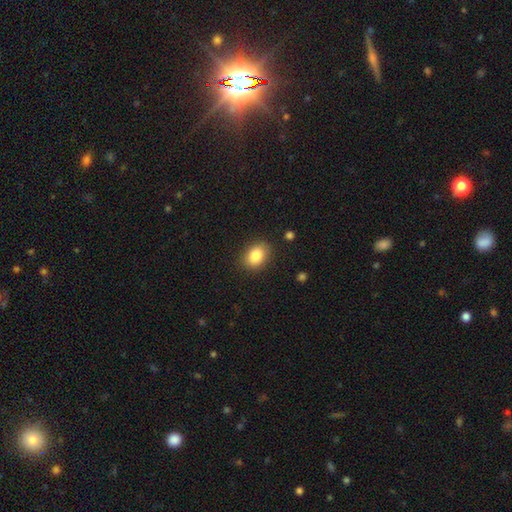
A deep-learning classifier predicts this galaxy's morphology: A smooth galaxy with no disk features (85%) that is in between round and cigar-shaped (71%). Merging: none (86%).